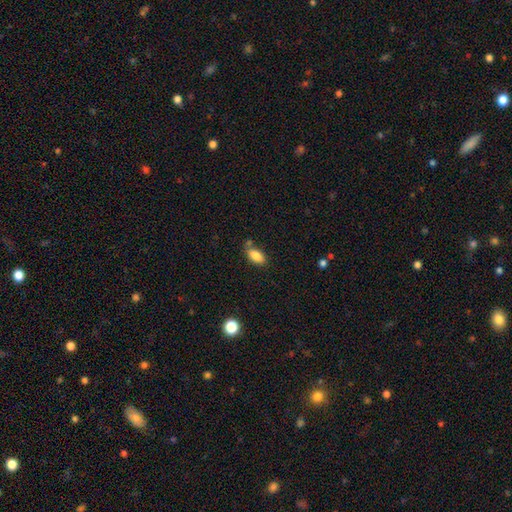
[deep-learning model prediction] This is clearly a smooth galaxy (85%). How rounded: clearly in between (89%). Merging: likely none (66%).